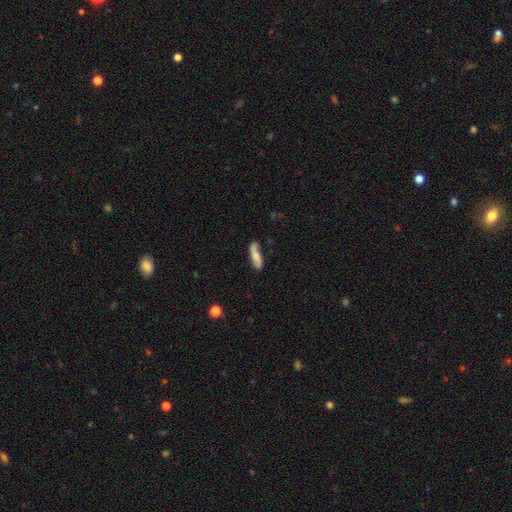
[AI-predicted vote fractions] Smooth or featured: smooth — 62% (featured or disk — 32%)
How rounded: cigar-shaped — 63% (in between — 35%)
Merging: none — 67% (minor disturbance — 24%)